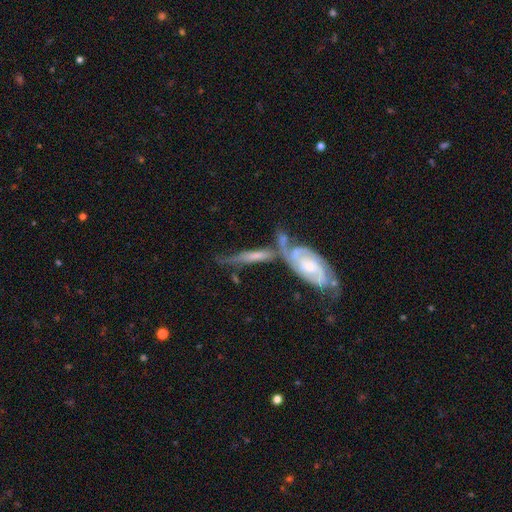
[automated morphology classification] Smooth or featured? featured or disk (74%)
Edge-on disk? no (54%)
Merging? merger (46%)